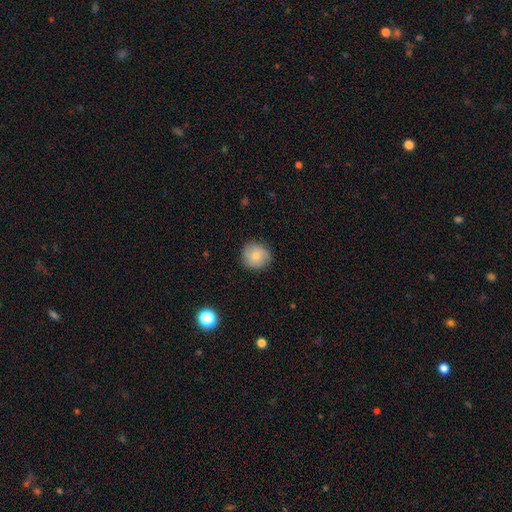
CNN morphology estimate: A smooth galaxy with no disk features (73%) that is round (90%).

Vote fractions:
- Smooth or featured? smooth: 73% / featured or disk: 18% / star or artifact: 8%
- How rounded? round: 90% / in between: 9% / cigar-shaped: 1%
- Merging? none: 85% / minor disturbance: 12% / major disturbance: 3% / merger: 1%